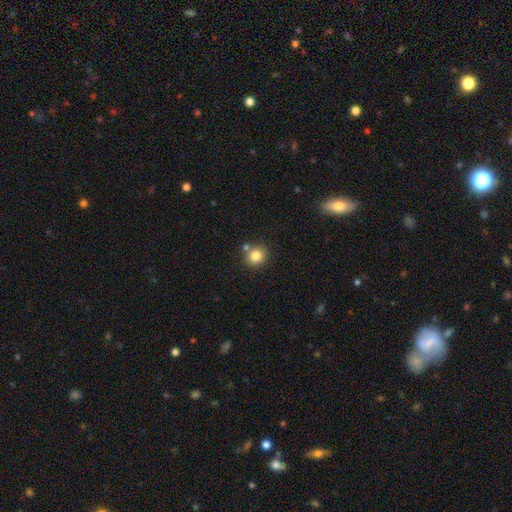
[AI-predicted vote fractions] Overall: smooth (82%). How rounded: round (81%). Merging: none (74%).